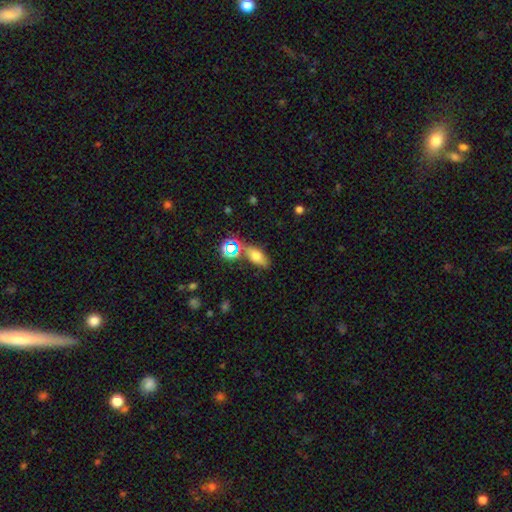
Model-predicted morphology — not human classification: Smooth or featured? Predicted: smooth (p=0.63). How rounded? Predicted: in between (p=0.77). Merging? Predicted: none (p=0.69).